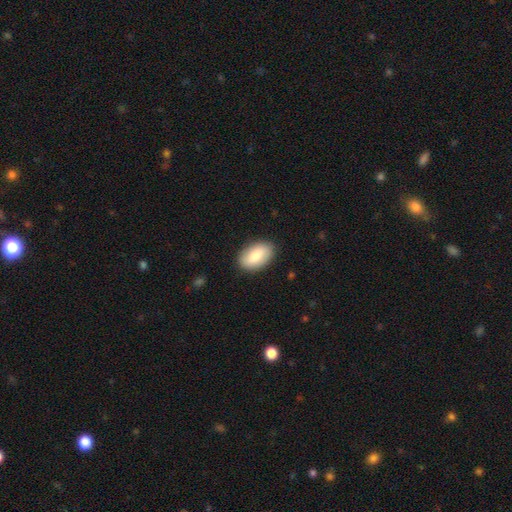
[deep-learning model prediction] Smooth or featured? Predicted: smooth (p=0.78). How rounded? Predicted: in between (p=0.92). Merging? Predicted: none (p=0.87).